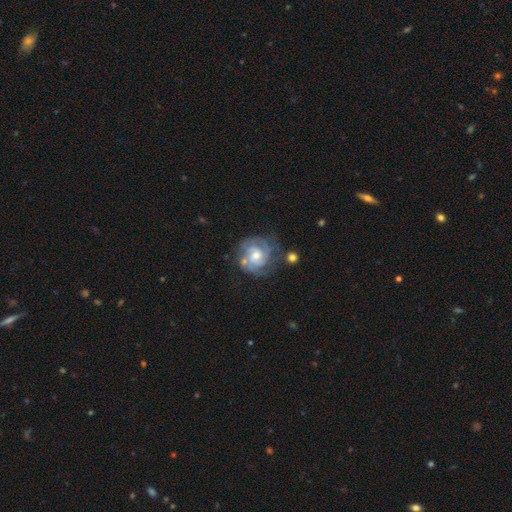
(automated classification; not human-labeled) The model was most divided on "spiral arm count": 2: 35%, 3: 27%, can't tell: 24%, 4: 7%, 1: 4%, more than 4: 4%. More confident: edge-on disk — no (98%); spiral arms — yes (95%); smooth or featured — featured or disk (84%); merging — none (67%); spiral winding — tight (65%); bar — no (63%); bulge size — moderate (59%).